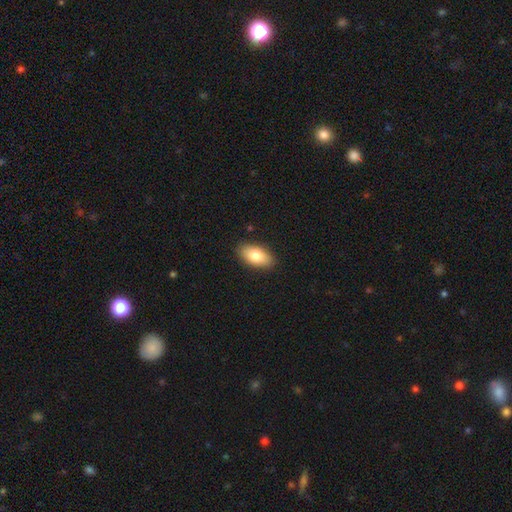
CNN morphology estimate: smooth-or-featured: smooth: 81% | featured or disk: 13% | star or artifact: 7%
  how-rounded: in between: 93% | round: 4% | cigar-shaped: 3%
  merging: none: 88% | minor disturbance: 9% | major disturbance: 2% | merger: 1%